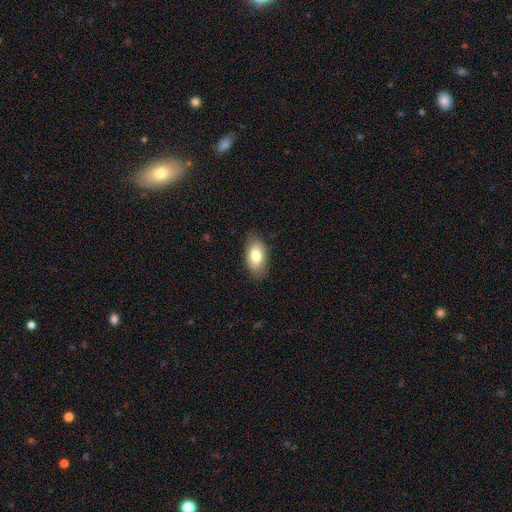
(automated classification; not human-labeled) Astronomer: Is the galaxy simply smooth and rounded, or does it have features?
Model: smooth — 78%.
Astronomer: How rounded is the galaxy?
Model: in between — 92%.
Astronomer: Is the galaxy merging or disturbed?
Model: none — 81%.